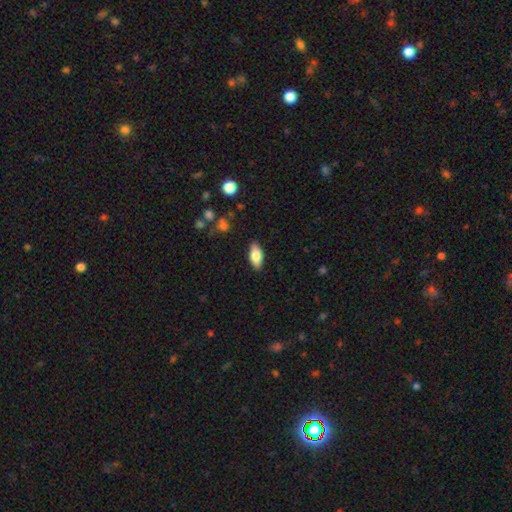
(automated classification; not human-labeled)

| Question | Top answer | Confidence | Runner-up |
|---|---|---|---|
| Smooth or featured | smooth | 78% | featured or disk (15%) |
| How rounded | in between | 87% | cigar-shaped (10%) |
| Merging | none | 87% | minor disturbance (10%) |